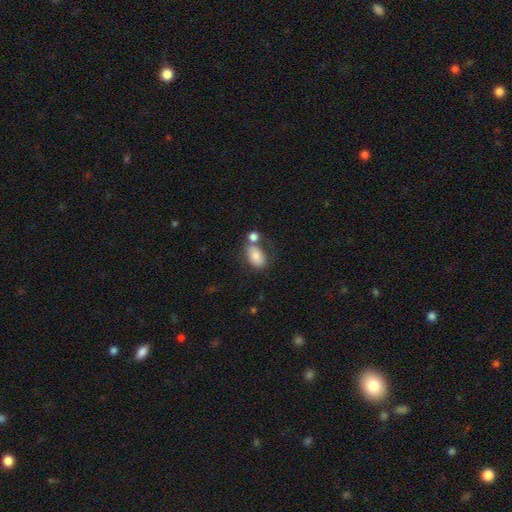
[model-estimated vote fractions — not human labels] The model was most divided on "merging": none: 46%, merger: 31%, minor disturbance: 16%, major disturbance: 8%. More confident: how rounded — in between (88%); smooth or featured — smooth (77%).